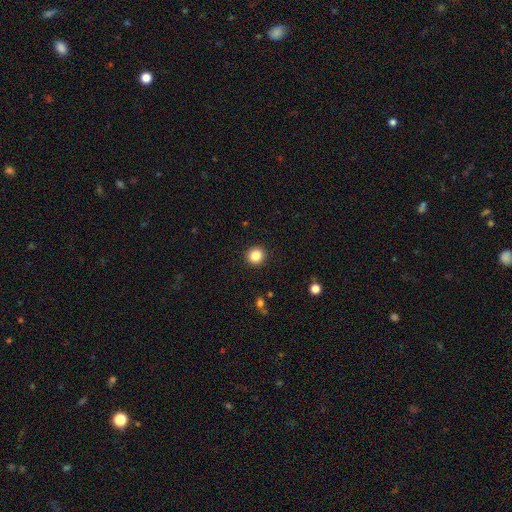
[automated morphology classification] type=smooth (85%); roundness=round (92%); merging=none (92%).